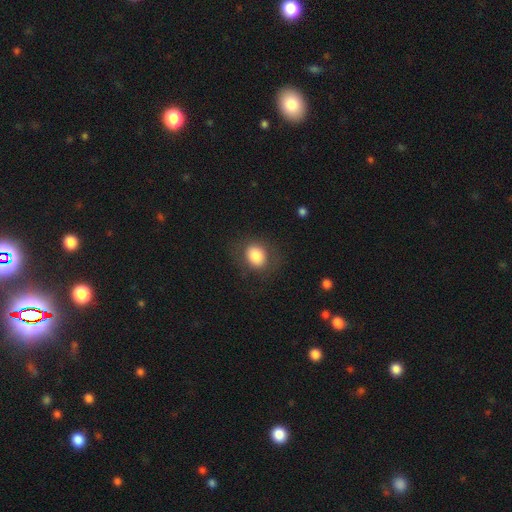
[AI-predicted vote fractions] A smooth galaxy with no disk features (80%) that is round (57%).

Vote fractions:
- Smooth or featured? smooth: 80% / featured or disk: 11% / star or artifact: 8%
- How rounded? round: 57% / in between: 43% / cigar-shaped: 1%
- Merging? none: 78% / minor disturbance: 13% / major disturbance: 8% / merger: 1%